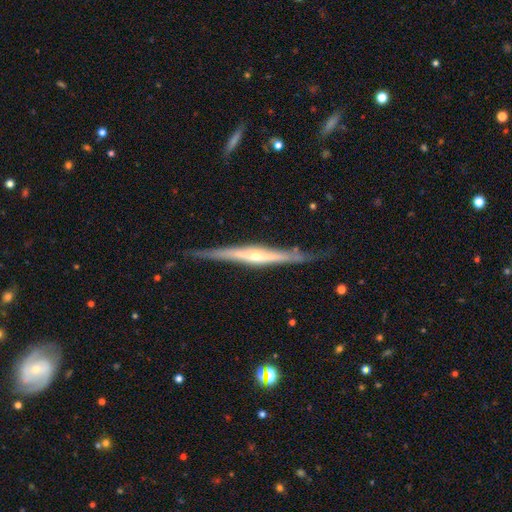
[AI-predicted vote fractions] Q: Smooth or featured?
A: featured or disk (77%); runner-up: smooth (18%)
Q: Edge-on disk?
A: yes (96%); runner-up: no (4%)
Q: Edge-on bulge?
A: rounded (65%); runner-up: none (25%)
Q: Merging?
A: none (80%); runner-up: minor disturbance (15%)